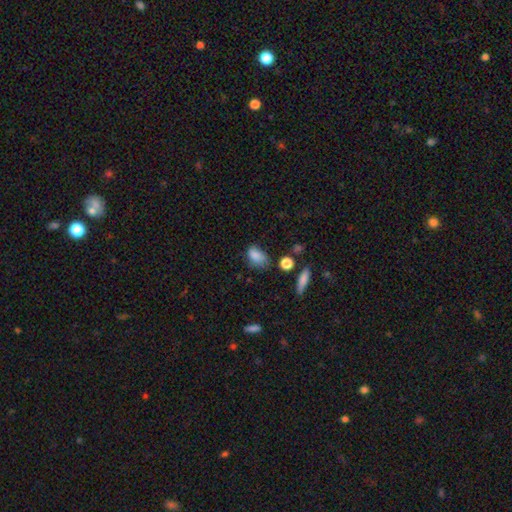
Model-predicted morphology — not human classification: Smooth or featured?
  - smooth: 80% *
  - featured or disk: 10%
  - star or artifact: 9%
How rounded?
  - in between: 83% *
  - round: 15%
  - cigar-shaped: 3%
Merging?
  - none: 44% *
  - minor disturbance: 36%
  - major disturbance: 15%
  - merger: 5%